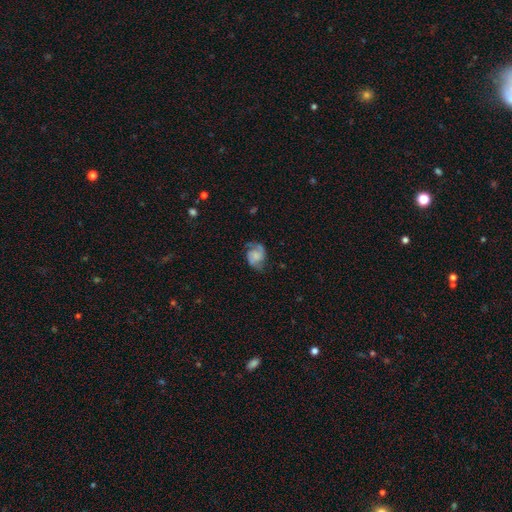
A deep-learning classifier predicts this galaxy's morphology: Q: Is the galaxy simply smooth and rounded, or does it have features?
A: featured or disk — 68%.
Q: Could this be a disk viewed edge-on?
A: no — 98%.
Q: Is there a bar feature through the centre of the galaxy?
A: no — 64%.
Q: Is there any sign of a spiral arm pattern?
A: yes — 93%.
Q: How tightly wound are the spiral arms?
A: medium — 48%.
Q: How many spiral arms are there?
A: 2 — 80%.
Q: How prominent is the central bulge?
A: none — 48%.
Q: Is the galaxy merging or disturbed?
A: none — 63%.